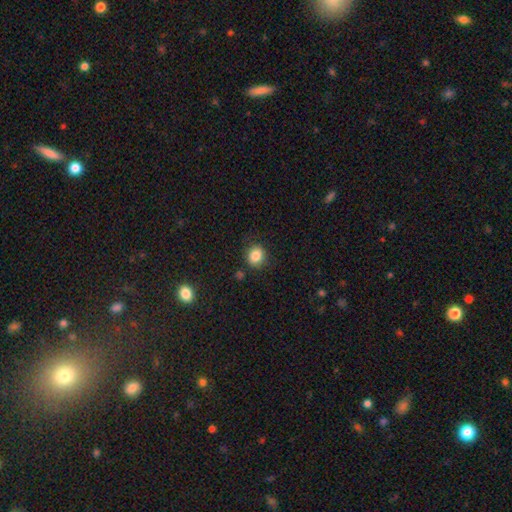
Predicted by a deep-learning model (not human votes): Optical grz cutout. It shows a smooth galaxy with no disk features (85%) that is round (77%). Merging: none (85%).